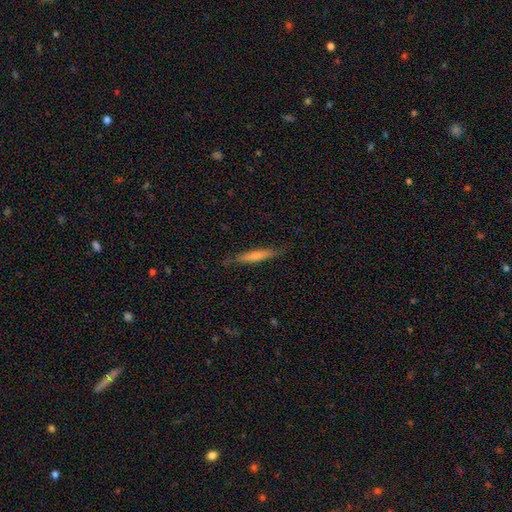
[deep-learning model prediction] Smooth or featured: smooth — 65% (featured or disk — 29%)
How rounded: cigar-shaped — 91% (in between — 8%)
Merging: none — 83% (minor disturbance — 14%)